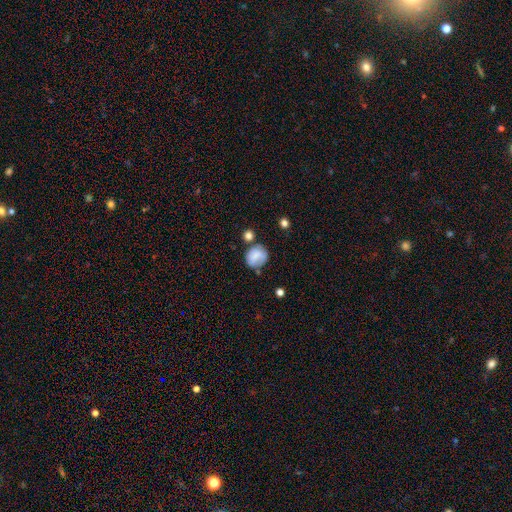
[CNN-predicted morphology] A smooth galaxy with no disk features (71%) that is round (72%).

Vote fractions:
- Smooth or featured? smooth: 71% / featured or disk: 19% / star or artifact: 9%
- How rounded? round: 72% / in between: 27% / cigar-shaped: 1%
- Merging? none: 52% / minor disturbance: 25% / merger: 12% / major disturbance: 11%